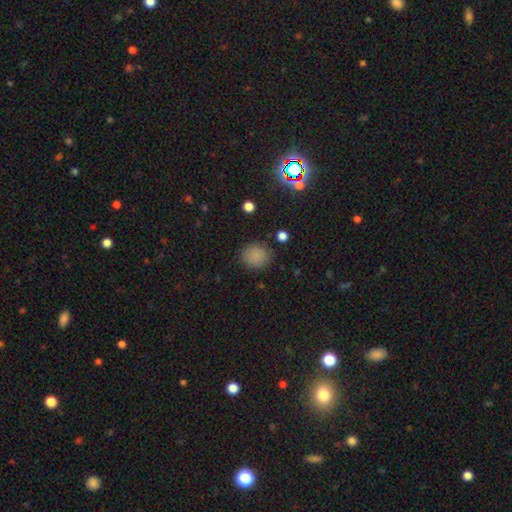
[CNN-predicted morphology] Smooth or featured? Predicted: smooth (p=0.84). How rounded? Predicted: round (p=0.81). Merging? Predicted: none (p=0.86).